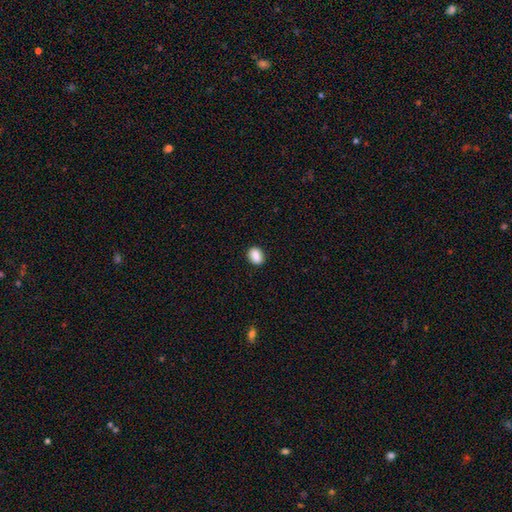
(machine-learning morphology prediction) Overall: smooth (87%). How rounded: in between (65%; round 33%). Merging: none (89%).